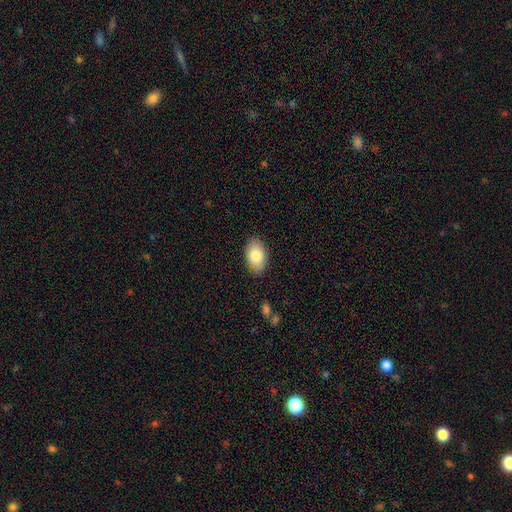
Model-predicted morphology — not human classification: smooth_or_featured: smooth (p=0.82) [alt: featured or disk p=0.11]
how_rounded: in between (p=0.92) [alt: round p=0.06]
merging: none (p=0.85) [alt: minor disturbance p=0.12]